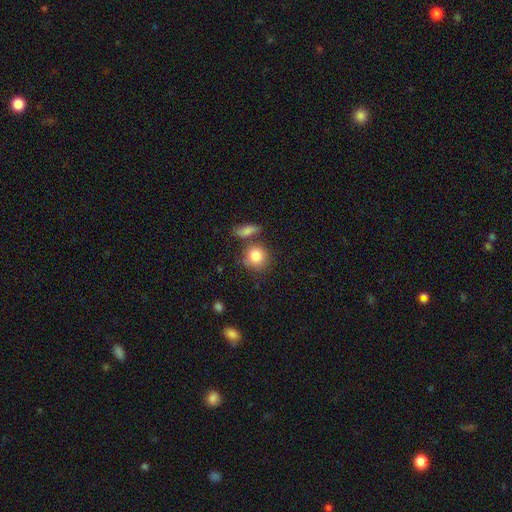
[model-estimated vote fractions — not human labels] smooth 84%, featured or disk 8%, star or artifact 8%. Down the decision tree: how rounded — round (80%); merging — none (60%).